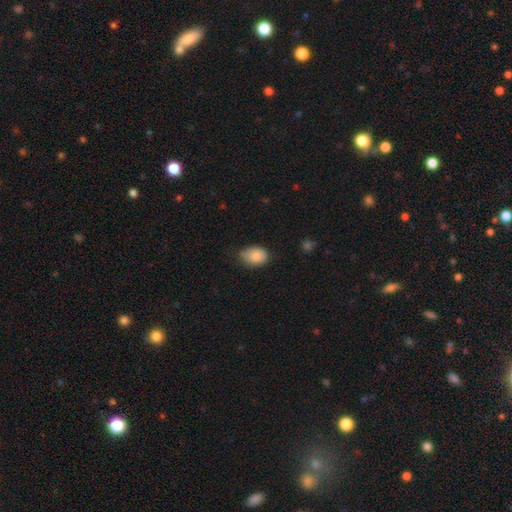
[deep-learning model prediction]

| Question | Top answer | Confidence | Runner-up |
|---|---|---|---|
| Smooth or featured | smooth | 86% | star or artifact (8%) |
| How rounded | in between | 75% | round (23%) |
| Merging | none | 55% | minor disturbance (36%) |